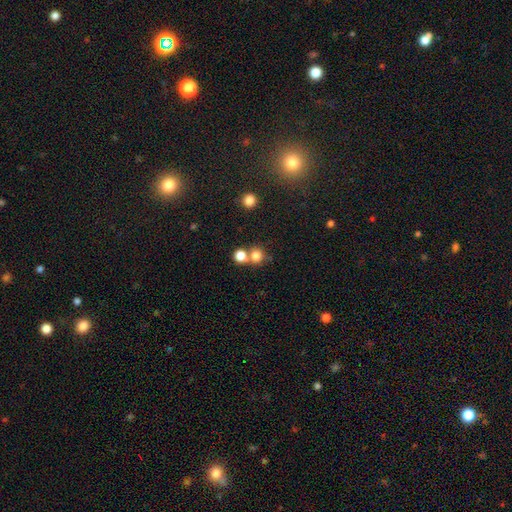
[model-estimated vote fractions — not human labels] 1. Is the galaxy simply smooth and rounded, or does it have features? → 78% smooth, 14% star or artifact, 8% featured or disk.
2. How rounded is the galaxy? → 88% round, 11% in between, 1% cigar-shaped.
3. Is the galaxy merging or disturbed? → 53% none, 38% merger, 6% minor disturbance, 3% major disturbance.